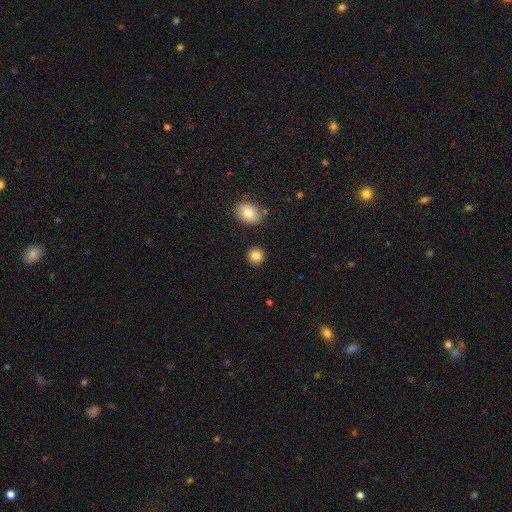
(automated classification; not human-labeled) This is clearly a smooth galaxy (85%). How rounded: clearly round (89%). Merging: clearly none (90%).